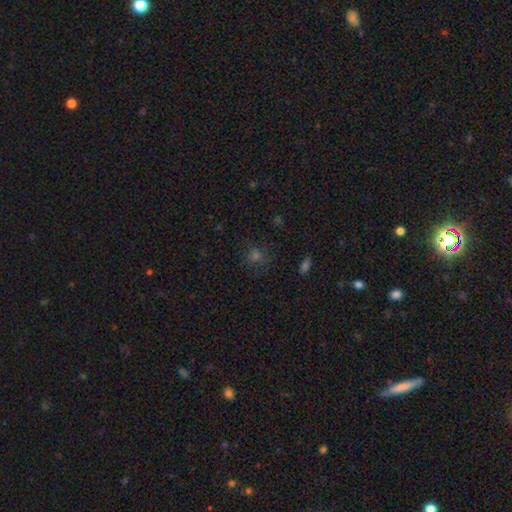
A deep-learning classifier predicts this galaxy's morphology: This appears to be a smooth galaxy with no disk features (50%) that is round (84%). Merging: none (81%).